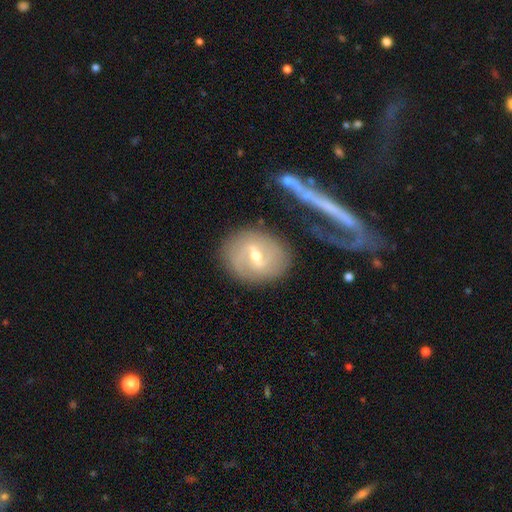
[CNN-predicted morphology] A featured or disk galaxy (68%) with a weak bar (46%), spiral arms (71%) and a moderate central bulge (61%). Merging: none (77%).